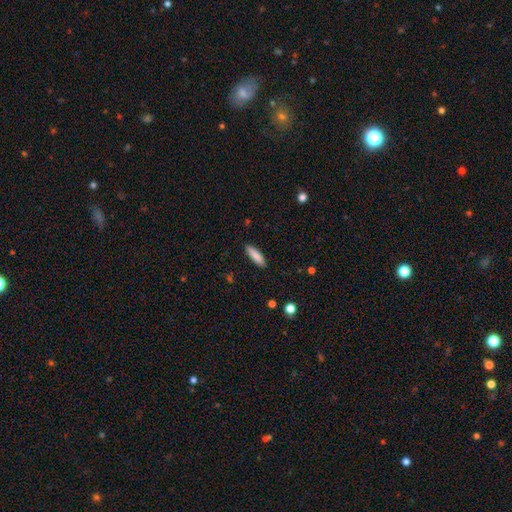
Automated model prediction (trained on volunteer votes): This is clearly a smooth galaxy (87%). How rounded: likely cigar-shaped (62%). Merging: clearly none (89%).